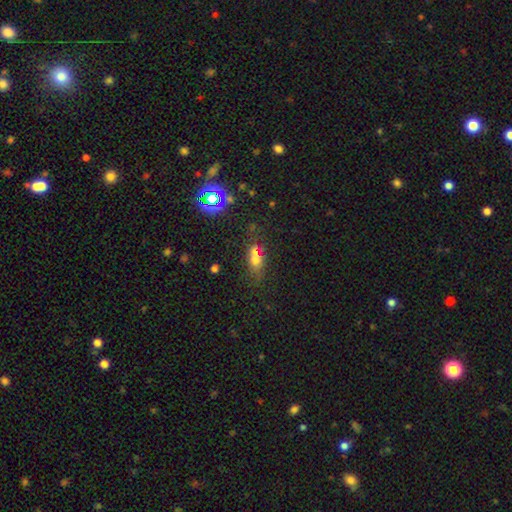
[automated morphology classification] Overall: smooth (56%; star or artifact 28%). How rounded: in between (64%; round 25%). Merging: none (48%; merger 28%).